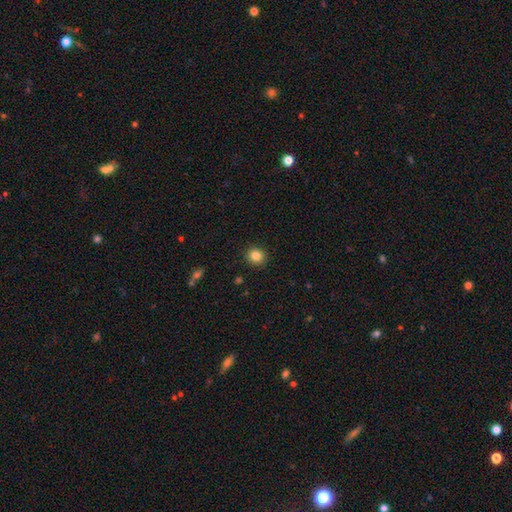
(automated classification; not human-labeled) smooth 85%, star or artifact 11%, featured or disk 5%. Down the decision tree: how rounded — round (88%); merging — none (91%).